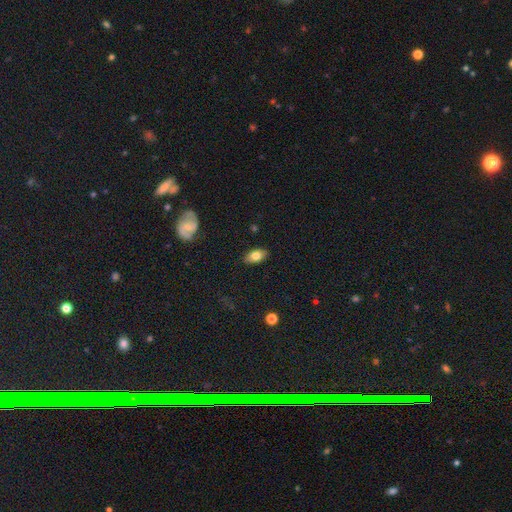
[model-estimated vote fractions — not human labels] Morphology: type=smooth (77%); roundness=in between (90%); merging=none (86%).